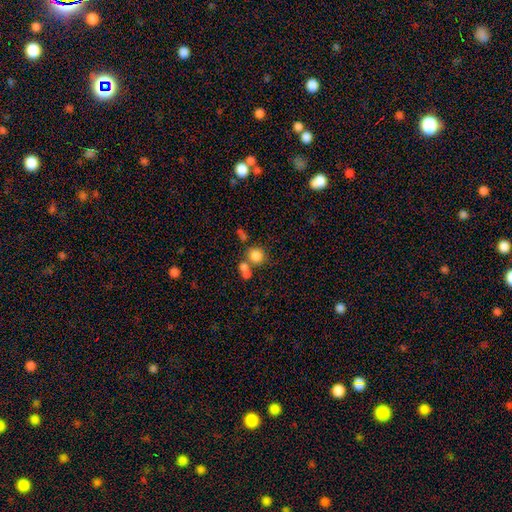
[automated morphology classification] Smooth or featured: smooth — 80% (star or artifact — 11%)
How rounded: round — 82% (in between — 17%)
Merging: none — 52% (merger — 34%)